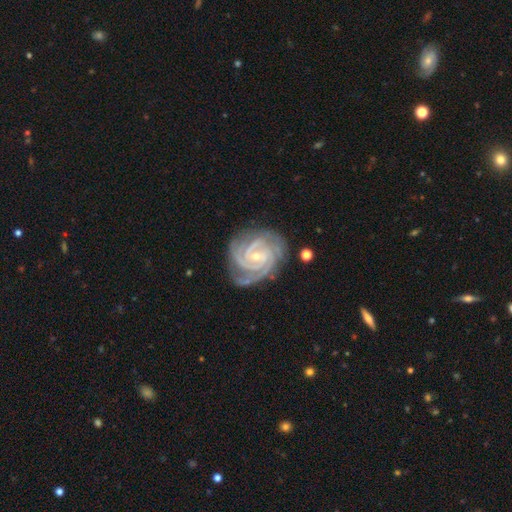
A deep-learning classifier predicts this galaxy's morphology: The model was most divided on "spiral arm count": 3: 41%, 4: 24%, 2: 15%, can't tell: 8%, more than 4: 6%, 1: 5%. More confident: spiral arms — yes (99%); edge-on disk — no (98%); smooth or featured — featured or disk (93%); spiral winding — tight (79%); merging — none (76%); bulge size — small (71%); bar — no (53%).